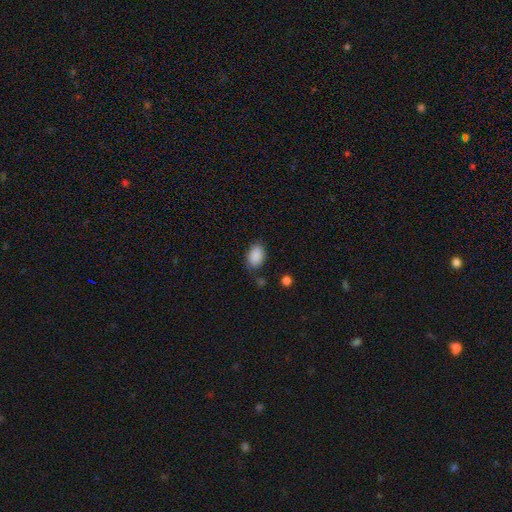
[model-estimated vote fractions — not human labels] smooth 89%, star or artifact 8%, featured or disk 3%. Down the decision tree: how rounded — in between (84%); merging — none (77%).